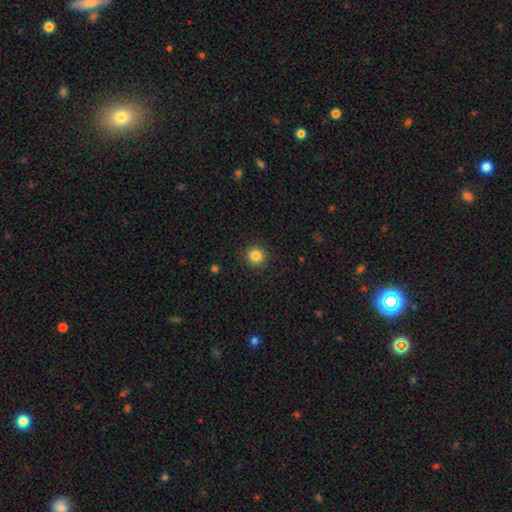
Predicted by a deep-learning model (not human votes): This is clearly a smooth galaxy (84%). How rounded: clearly round (95%). Merging: clearly none (92%).